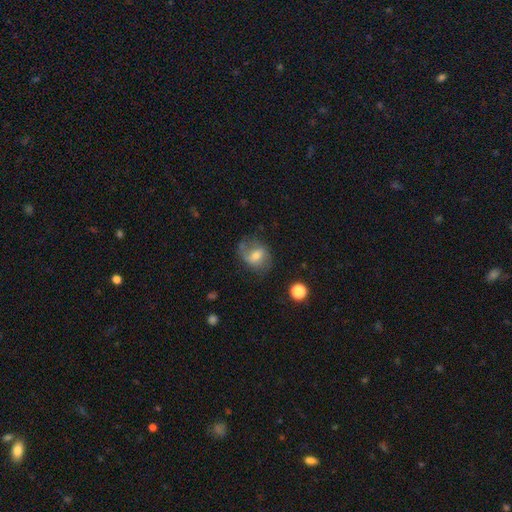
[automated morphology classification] smooth 47%, featured or disk 44%, star or artifact 9%. Down the decision tree: merging — none (56%).